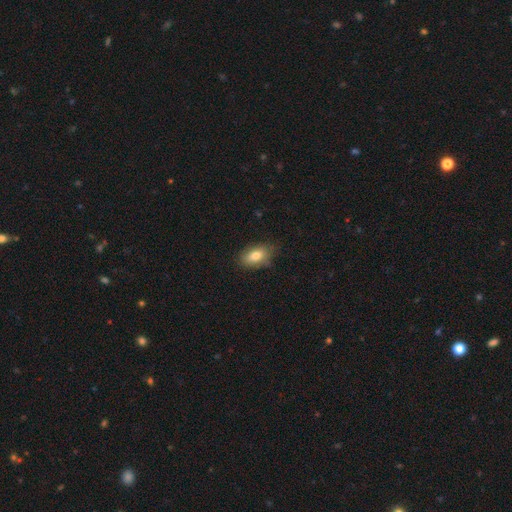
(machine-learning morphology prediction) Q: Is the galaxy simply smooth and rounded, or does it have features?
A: smooth — 79%.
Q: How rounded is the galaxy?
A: in between — 88%.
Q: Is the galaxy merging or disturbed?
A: none — 79%.